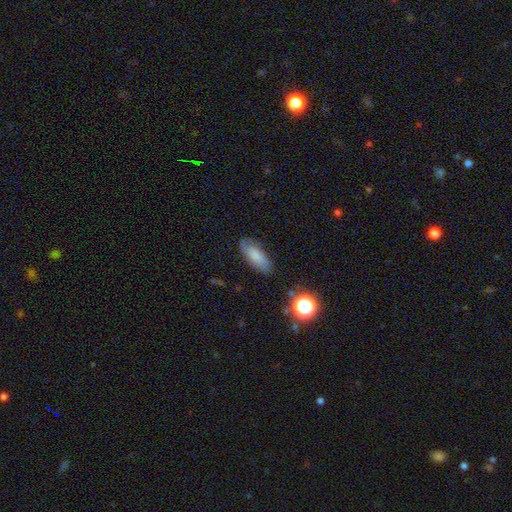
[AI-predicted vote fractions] Smooth or featured? smooth (70%)
How rounded? in between (76%)
Merging? none (79%)